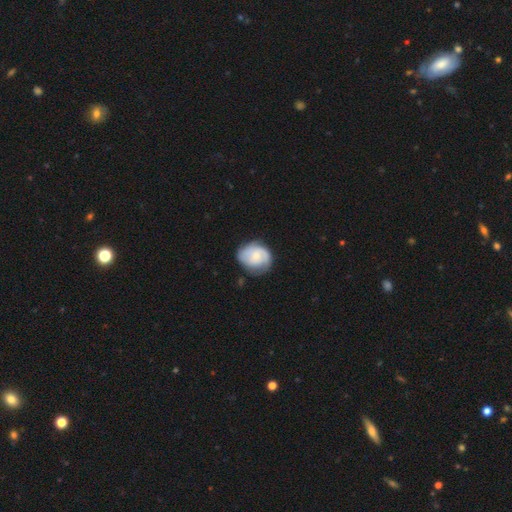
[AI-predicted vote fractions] Morphology: type=featured or disk (53%); edge-on=no (98%); bar=no (73%); spiral arms=yes (82%); bulge=small (59%); merging=none (62%).